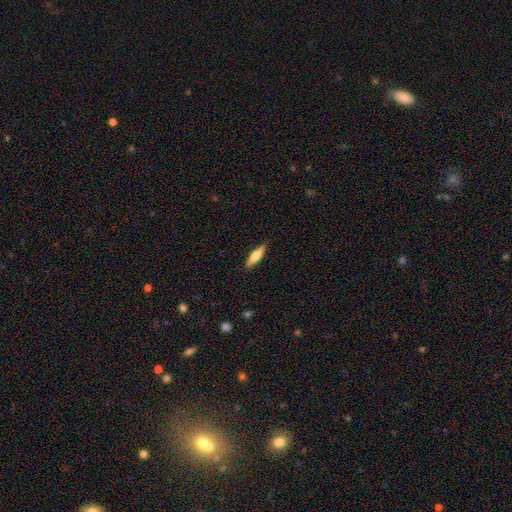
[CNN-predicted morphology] This is possibly a smooth galaxy (53%). How rounded: likely cigar-shaped (74%). Merging: clearly none (89%).